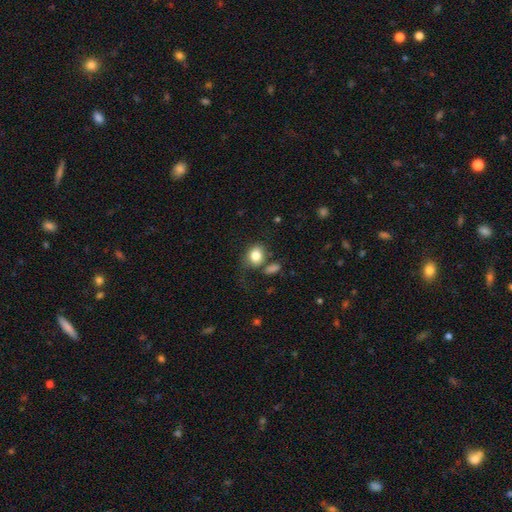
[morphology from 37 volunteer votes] This appears to be a smooth galaxy with no disk features (78%) that is round (83%). Merging: minor disturbance (38%).